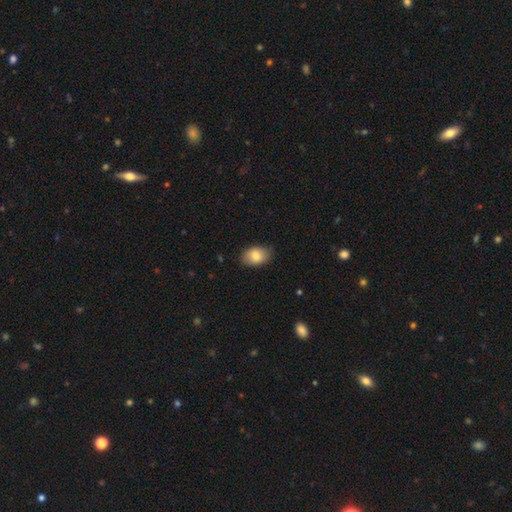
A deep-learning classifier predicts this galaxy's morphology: A smooth galaxy with no disk features (82%) that is in between round and cigar-shaped (84%).

Vote fractions:
- Smooth or featured? smooth: 82% / featured or disk: 11% / star or artifact: 7%
- How rounded? in between: 84% / round: 15% / cigar-shaped: 1%
- Merging? none: 81% / minor disturbance: 16% / major disturbance: 3% / merger: 1%